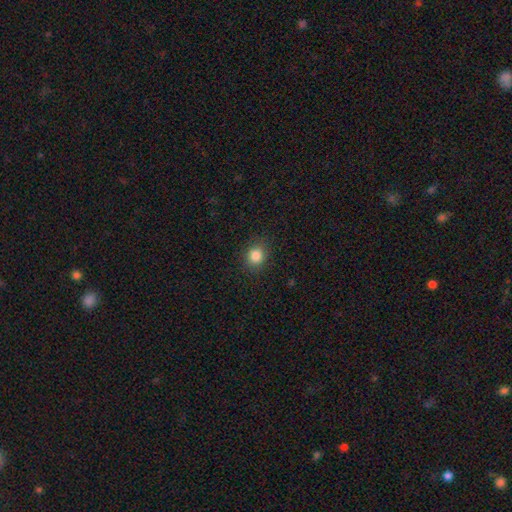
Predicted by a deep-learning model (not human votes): A smooth galaxy with no disk features (84%) that is round (77%).

Vote fractions:
- Smooth or featured? smooth: 84% / star or artifact: 11% / featured or disk: 5%
- How rounded? round: 77% / in between: 22% / cigar-shaped: 1%
- Merging? none: 88% / minor disturbance: 8% / major disturbance: 3% / merger: 1%